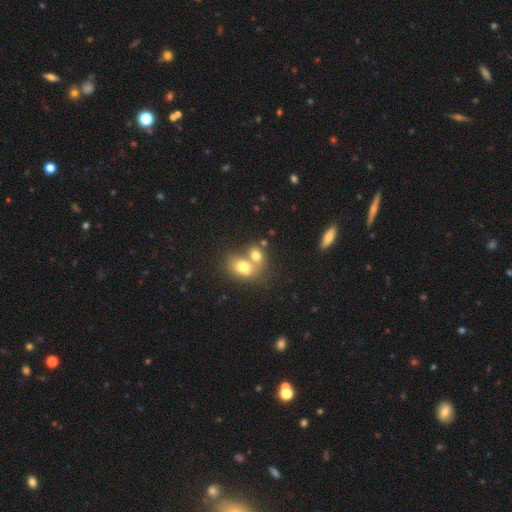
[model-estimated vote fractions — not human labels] Q: Smooth or featured?
A: smooth (72%); runner-up: featured or disk (17%)
Q: How rounded?
A: in between (58%); runner-up: round (41%)
Q: Merging?
A: merger (65%); runner-up: none (24%)